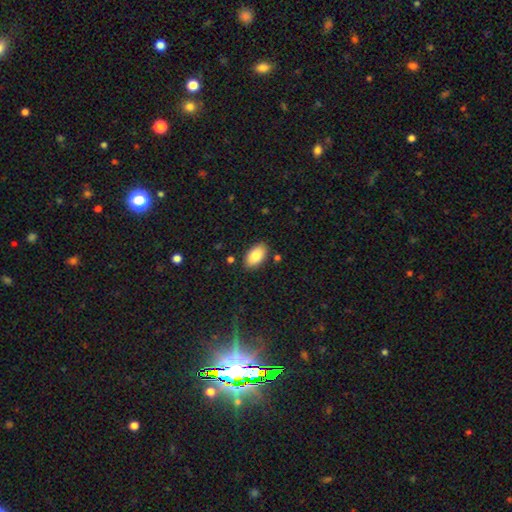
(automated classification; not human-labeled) Smooth or featured? smooth (84%)
How rounded? in between (94%)
Merging? none (85%)